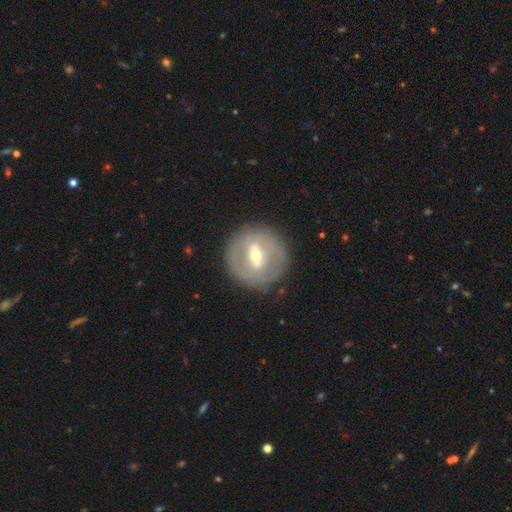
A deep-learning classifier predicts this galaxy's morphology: Smooth or featured? featured or disk (69%)
Edge-on disk? no (92%)
Bar? strong (43%)
Spiral arms? no (58%)
Bulge size? moderate (59%)
Merging? none (83%)